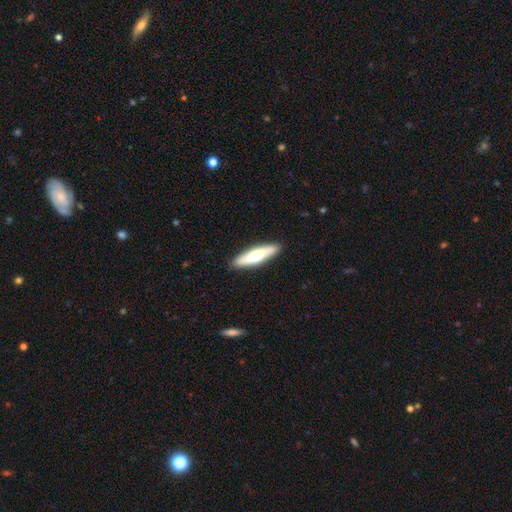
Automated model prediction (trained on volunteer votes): This appears to be a smooth galaxy with no disk features (58%) that is cigar-shaped (77%). Merging: none (90%).